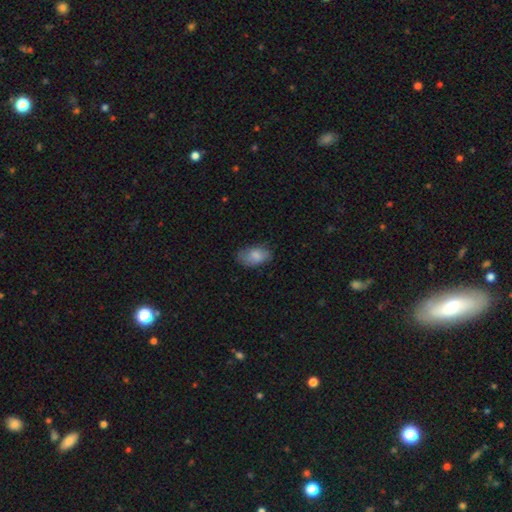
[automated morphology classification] A smooth galaxy with no disk features (81%) that is in between round and cigar-shaped (92%). Merging: none (66%).